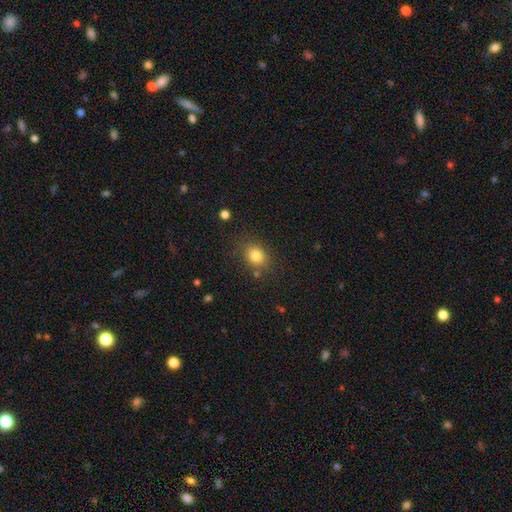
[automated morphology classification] Overall: smooth (81%). How rounded: round (55%; in between 44%). Merging: none (80%).